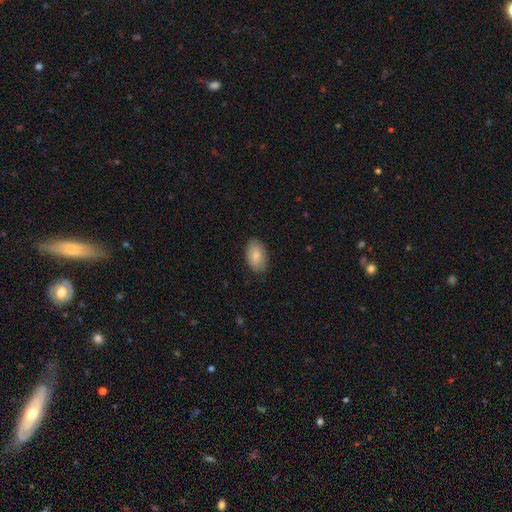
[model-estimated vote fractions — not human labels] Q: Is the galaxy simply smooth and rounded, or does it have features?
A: smooth — 84%.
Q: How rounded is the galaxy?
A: in between — 93%.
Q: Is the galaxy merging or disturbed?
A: none — 86%.